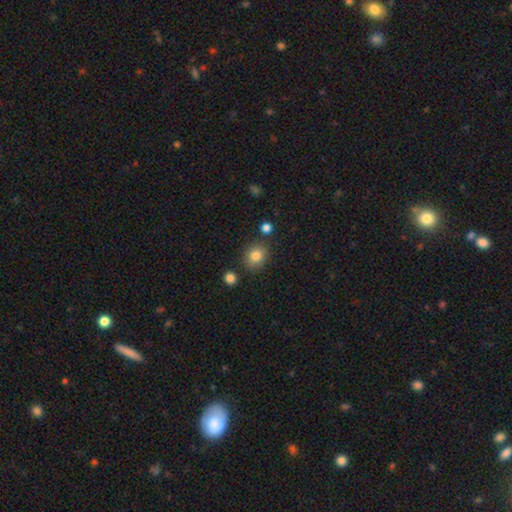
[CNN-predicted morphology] The model was most divided on "how rounded": round: 71%, in between: 28%, cigar-shaped: 1%. More confident: merging — none (83%); smooth or featured — smooth (83%).